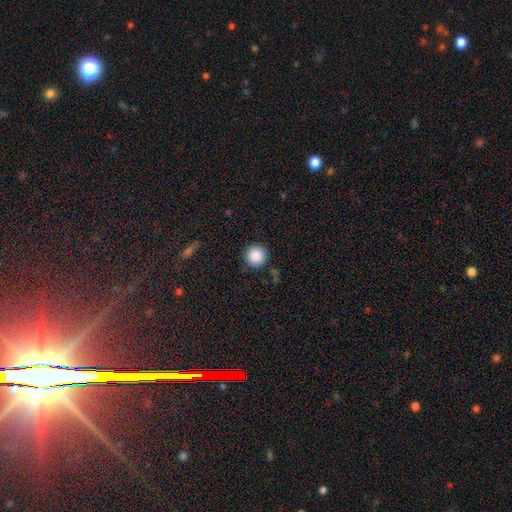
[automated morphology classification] A smooth galaxy with no disk features (88%) that is round (96%).

Vote fractions:
- Smooth or featured? smooth: 88% / star or artifact: 9% / featured or disk: 4%
- How rounded? round: 96% / in between: 3% / cigar-shaped: 1%
- Merging? none: 89% / minor disturbance: 7% / major disturbance: 2% / merger: 2%